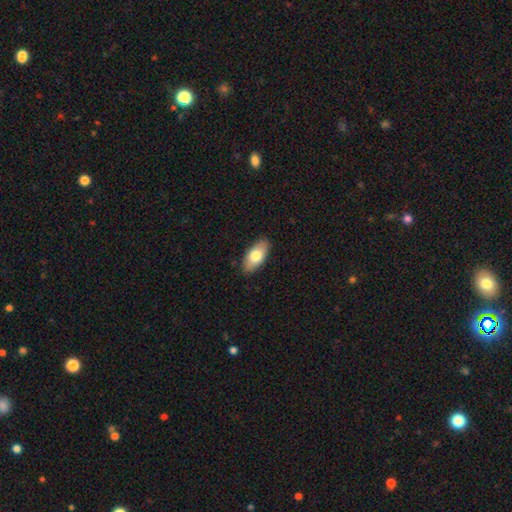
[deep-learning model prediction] A smooth galaxy with no disk features (76%) that is in between round and cigar-shaped (92%).

Vote fractions:
- Smooth or featured? smooth: 76% / featured or disk: 18% / star or artifact: 6%
- How rounded? in between: 92% / cigar-shaped: 5% / round: 3%
- Merging? none: 87% / minor disturbance: 10% / major disturbance: 2% / merger: 1%